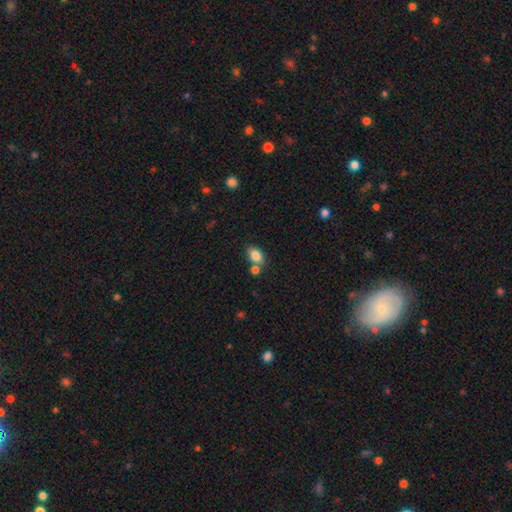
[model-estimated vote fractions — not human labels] Overall: smooth (83%). How rounded: in between (85%). Merging: none (64%).